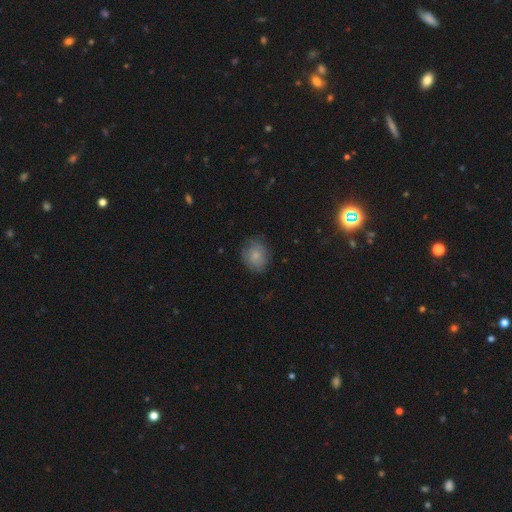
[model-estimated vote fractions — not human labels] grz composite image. It shows a smooth galaxy with no disk features (77%) that is round (59%). Merging: none (76%).